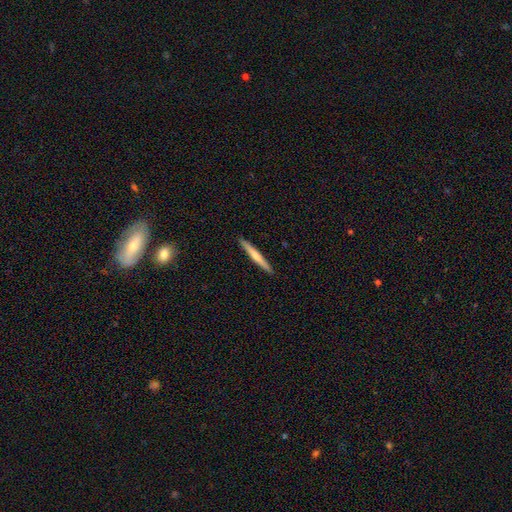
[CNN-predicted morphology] This is possibly a smooth galaxy (51%). How rounded: clearly cigar-shaped (96%). Merging: clearly none (92%).